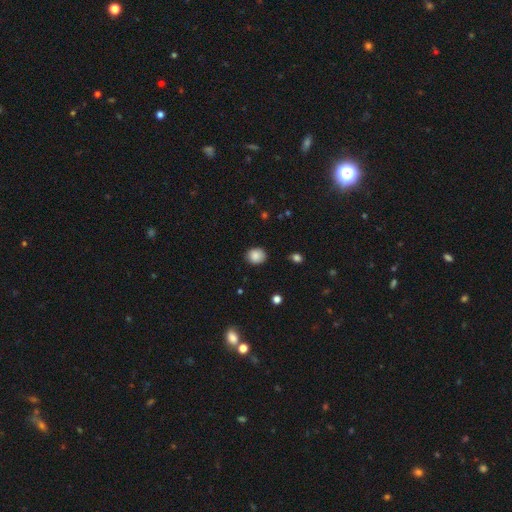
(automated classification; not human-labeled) This appears to be a smooth galaxy with no disk features (87%) that is round (67%). Merging: none (85%).